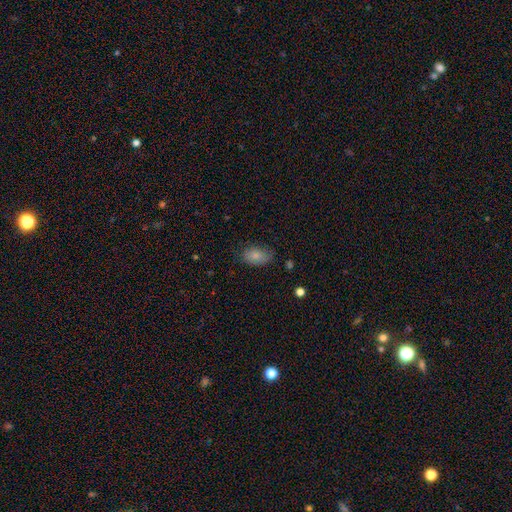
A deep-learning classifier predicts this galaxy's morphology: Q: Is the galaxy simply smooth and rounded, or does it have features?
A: smooth — 83%.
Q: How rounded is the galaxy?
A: in between — 89%.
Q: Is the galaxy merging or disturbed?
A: none — 71%.